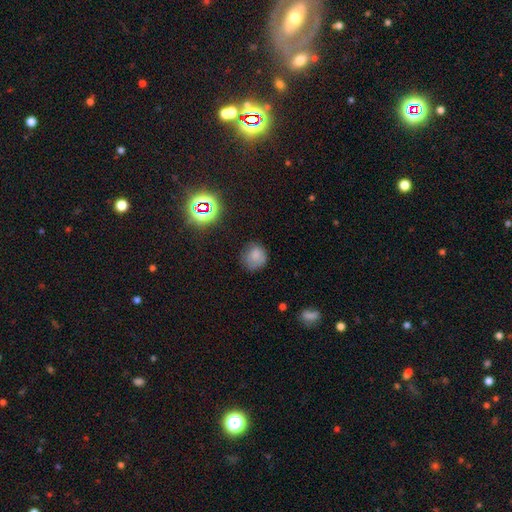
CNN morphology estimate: This is likely a smooth galaxy (75%). How rounded: clearly round (82%). Merging: likely none (70%).